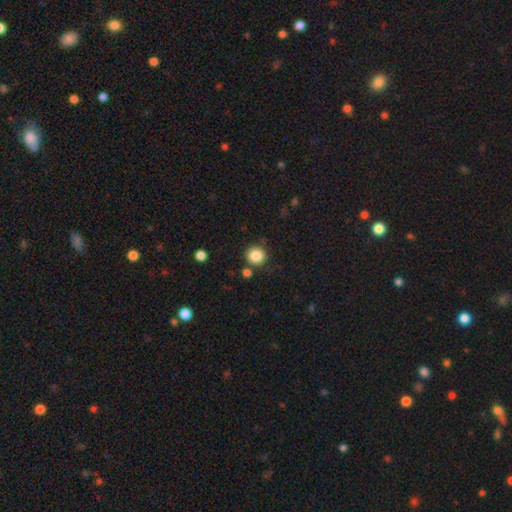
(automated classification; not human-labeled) Smooth or featured: smooth — 85% (star or artifact — 10%)
How rounded: round — 90% (in between — 9%)
Merging: none — 82% (minor disturbance — 9%)